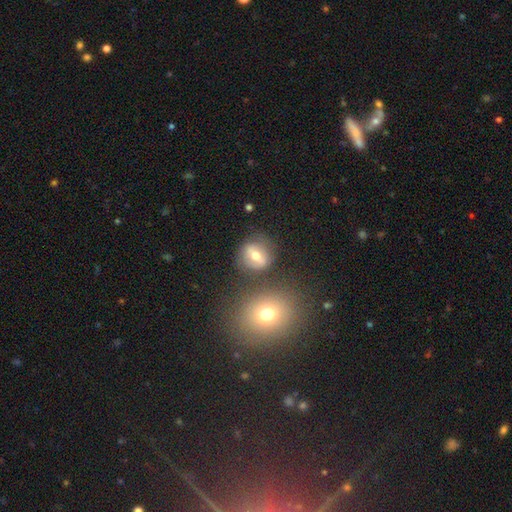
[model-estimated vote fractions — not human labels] smooth_or_featured: smooth (p=0.51) [alt: featured or disk p=0.38]
how_rounded: round (p=0.74) [alt: in between p=0.25]
merging: none (p=0.69) [alt: minor disturbance p=0.14]